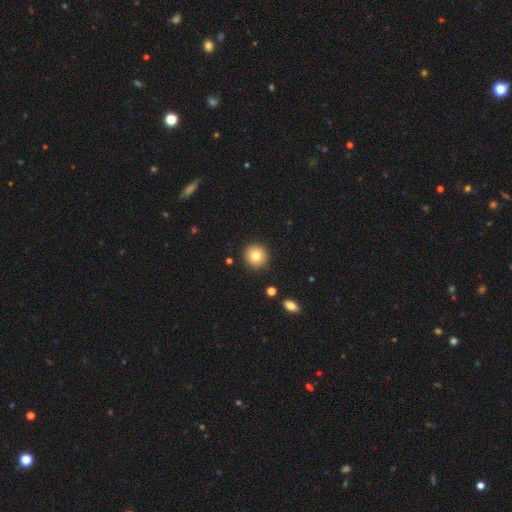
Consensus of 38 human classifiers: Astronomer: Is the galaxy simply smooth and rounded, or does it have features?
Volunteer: smooth — 82%.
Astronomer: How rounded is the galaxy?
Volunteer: round — 94%.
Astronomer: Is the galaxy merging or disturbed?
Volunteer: none — 83%.